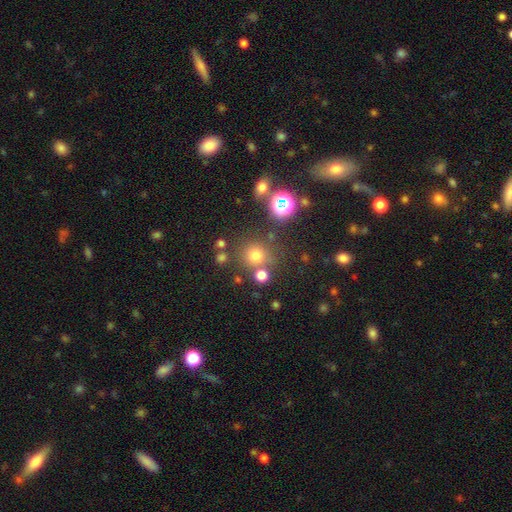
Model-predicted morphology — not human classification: A smooth galaxy with no disk features (68%) that is round (90%).

Vote fractions:
- Smooth or featured? smooth: 68% / star or artifact: 24% / featured or disk: 8%
- How rounded? round: 90% / in between: 9% / cigar-shaped: 1%
- Merging? none: 76% / merger: 10% / minor disturbance: 10% / major disturbance: 4%